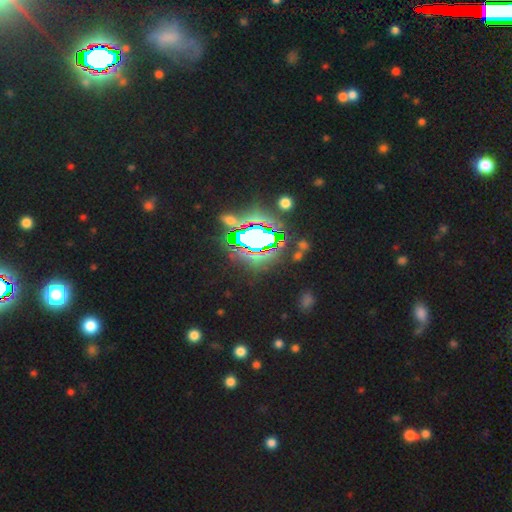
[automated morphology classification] star or artifact 84%, smooth 9%, featured or disk 7%.